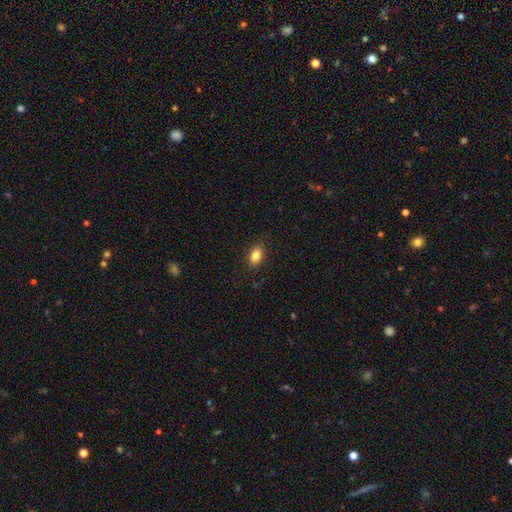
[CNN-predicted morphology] Smooth or featured? smooth (84%)
How rounded? in between (82%)
Merging? none (87%)